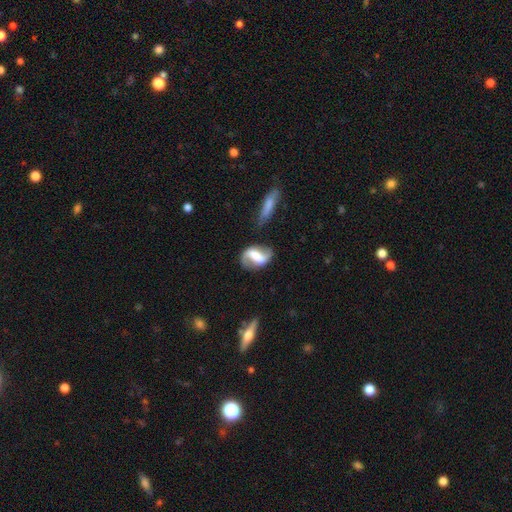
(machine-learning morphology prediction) Q: Smooth or featured?
A: featured or disk (75%); runner-up: smooth (19%)
Q: Edge-on disk?
A: no (96%); runner-up: yes (4%)
Q: Bar?
A: strong (48%); runner-up: weak (34%)
Q: Spiral arms?
A: yes (89%); runner-up: no (11%)
Q: Spiral winding?
A: loose (52%); runner-up: medium (35%)
Q: Spiral arm count?
A: 2 (90%); runner-up: can't tell (4%)
Q: Bulge size?
A: moderate (34%); runner-up: large (23%)
Q: Merging?
A: none (69%); runner-up: minor disturbance (17%)